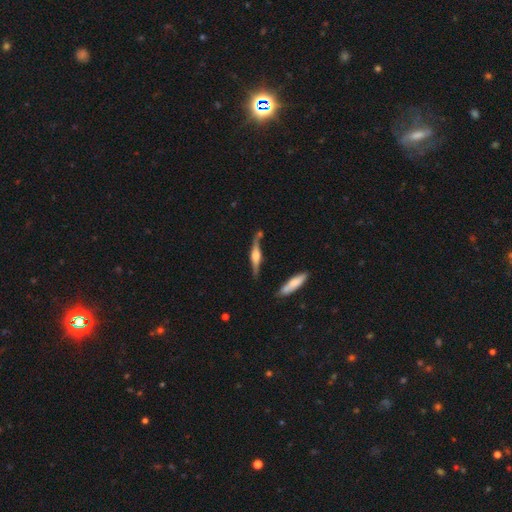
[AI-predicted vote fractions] featured or disk 73%, smooth 21%, star or artifact 6%. Down the decision tree: edge-on disk — yes (95%); edge-on bulge — rounded (84%); merging — none (71%).